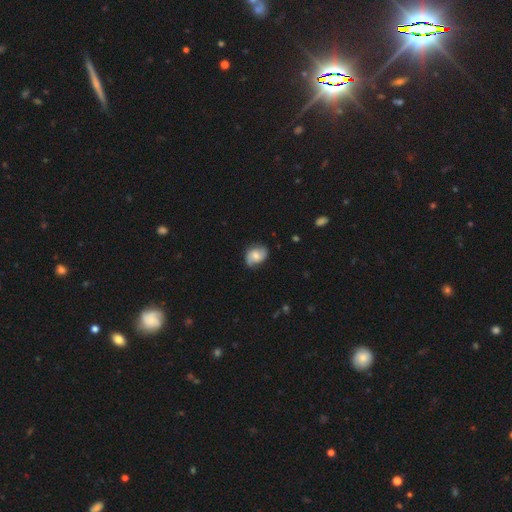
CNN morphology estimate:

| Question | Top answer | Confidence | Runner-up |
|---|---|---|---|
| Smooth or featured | smooth | 49% | featured or disk (44%) |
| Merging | none | 69% | minor disturbance (24%) |